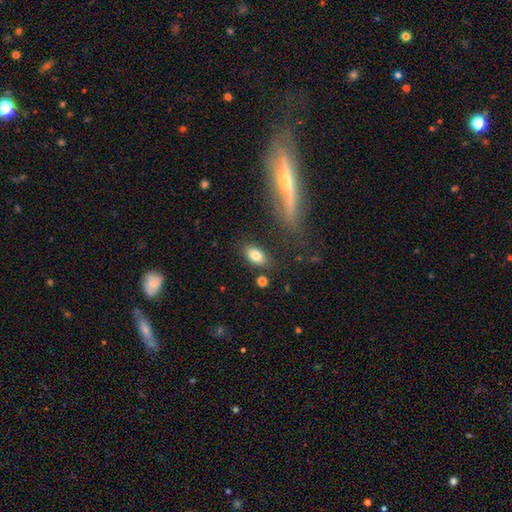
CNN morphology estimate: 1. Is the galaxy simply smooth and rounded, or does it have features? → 80% smooth, 12% featured or disk, 8% star or artifact.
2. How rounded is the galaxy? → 89% in between, 7% round, 4% cigar-shaped.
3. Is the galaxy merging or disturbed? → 81% none, 11% minor disturbance, 5% merger, 4% major disturbance.